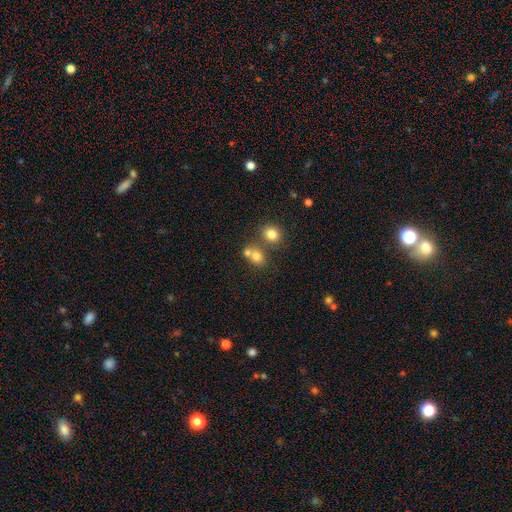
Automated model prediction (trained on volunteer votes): Smooth or featured? Predicted: smooth (p=0.73). How rounded? Predicted: round (p=0.68). Merging? Predicted: none (p=0.44, tied with merger).